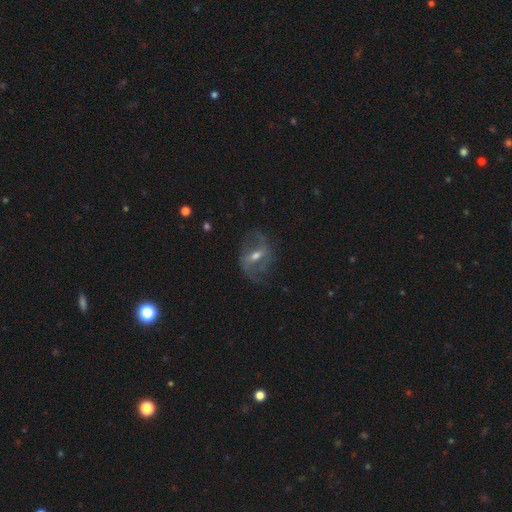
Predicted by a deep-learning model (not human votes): smooth_or_featured: featured or disk (p=0.77) [alt: smooth p=0.14]
disk_edge_on: no (p=0.93) [alt: yes p=0.07]
bar: weak (p=0.45) [alt: strong p=0.38]
has_spiral_arms: yes (p=0.83) [alt: no p=0.17]
spiral_winding: loose (p=0.43) [alt: medium p=0.40]
spiral_arm_count: 2 (p=0.76) [alt: can't tell p=0.13]
bulge_size: moderate (p=0.59) [alt: small p=0.34]
merging: none (p=0.70) [alt: minor disturbance p=0.18]